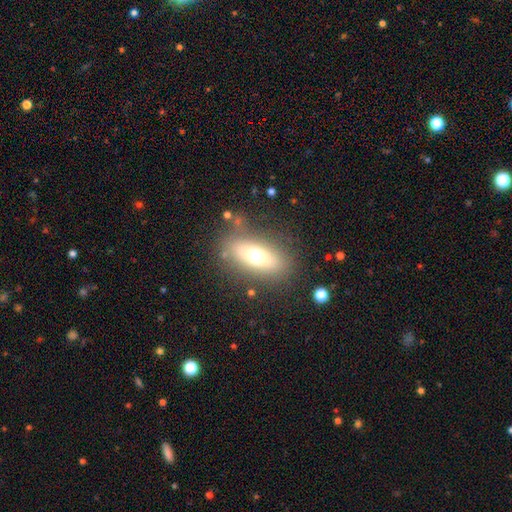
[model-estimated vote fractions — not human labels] Smooth or featured: smooth — 59% (featured or disk — 29%)
How rounded: in between — 76% (round — 12%)
Merging: none — 79% (minor disturbance — 12%)